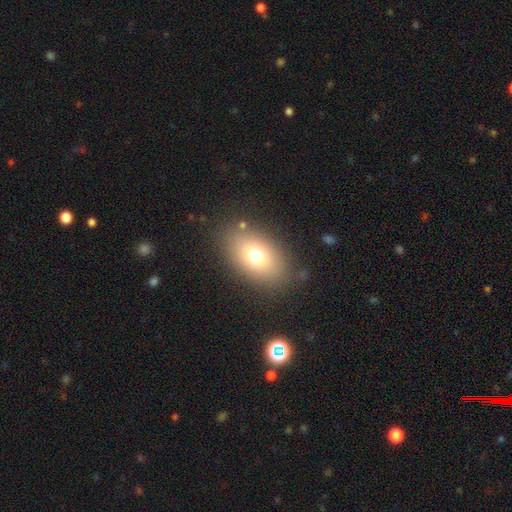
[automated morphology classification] Smooth or featured? Predicted: smooth (p=0.71). How rounded? Predicted: in between (p=0.81). Merging? Predicted: none (p=0.82).